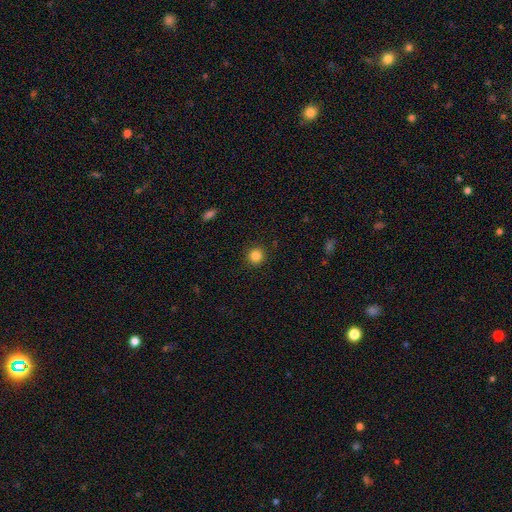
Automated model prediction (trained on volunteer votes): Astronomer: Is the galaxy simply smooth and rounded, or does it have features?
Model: smooth — 85%.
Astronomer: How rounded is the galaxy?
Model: round — 93%.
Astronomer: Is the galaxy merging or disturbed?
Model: none — 91%.